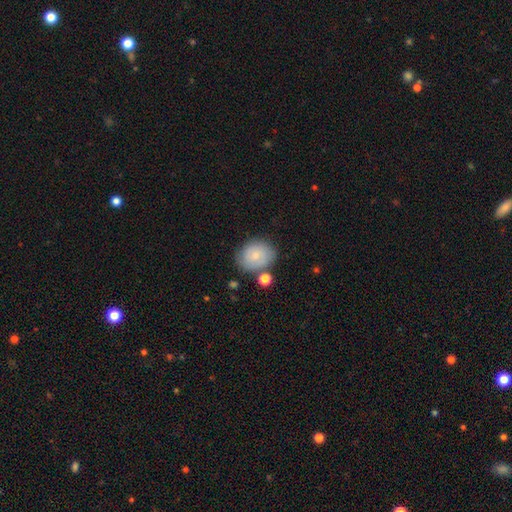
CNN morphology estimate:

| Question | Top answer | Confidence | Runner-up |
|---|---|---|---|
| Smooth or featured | smooth | 72% | featured or disk (21%) |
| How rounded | round | 52% | in between (47%) |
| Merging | none | 70% | minor disturbance (17%) |